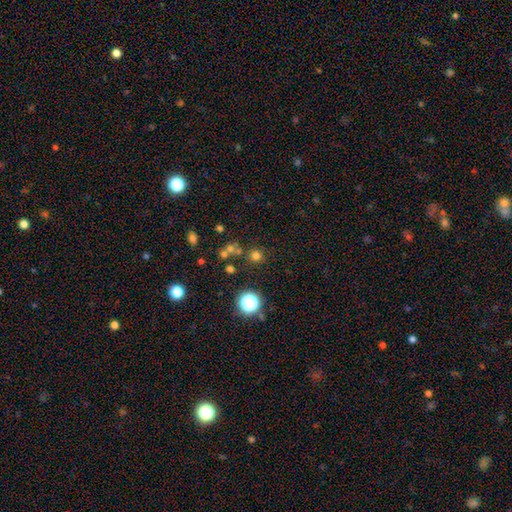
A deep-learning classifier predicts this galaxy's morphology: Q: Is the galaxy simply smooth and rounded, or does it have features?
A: smooth — 67%.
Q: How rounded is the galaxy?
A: round — 93%.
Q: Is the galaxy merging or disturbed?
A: none — 75%.